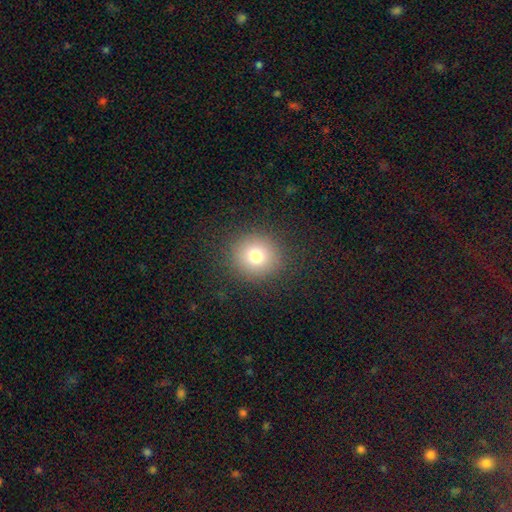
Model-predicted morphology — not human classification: Smooth or featured? Predicted: smooth (p=0.76). How rounded? Predicted: round (p=0.90). Merging? Predicted: none (p=0.89).